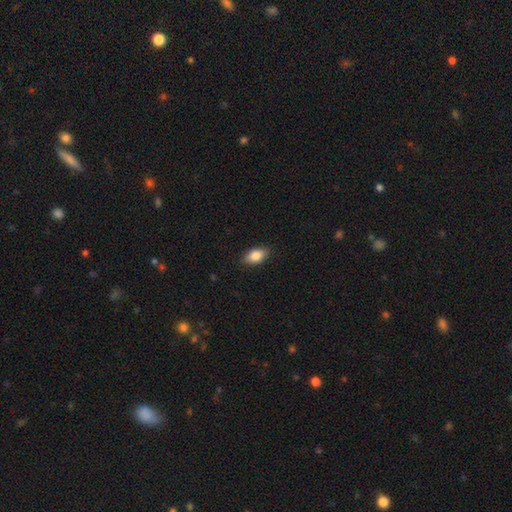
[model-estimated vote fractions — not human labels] Morphology: type=smooth (85%); roundness=in between (90%); merging=none (88%).